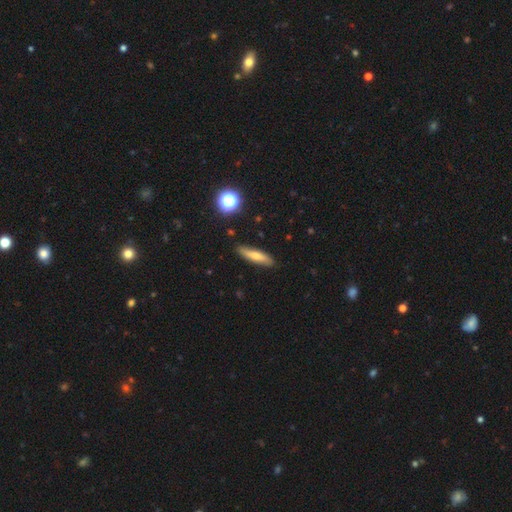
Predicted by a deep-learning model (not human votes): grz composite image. It shows a smooth galaxy with no disk features (64%) that is cigar-shaped (77%). Merging: none (85%).